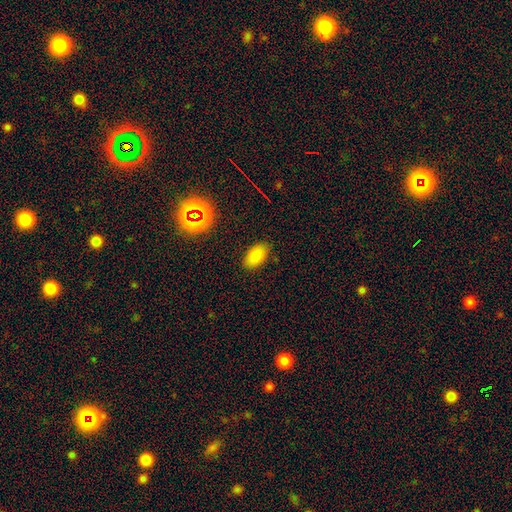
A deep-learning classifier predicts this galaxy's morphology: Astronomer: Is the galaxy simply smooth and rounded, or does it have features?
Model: smooth — 81%.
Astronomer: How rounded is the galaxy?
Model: in between — 93%.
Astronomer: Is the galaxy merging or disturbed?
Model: none — 86%.